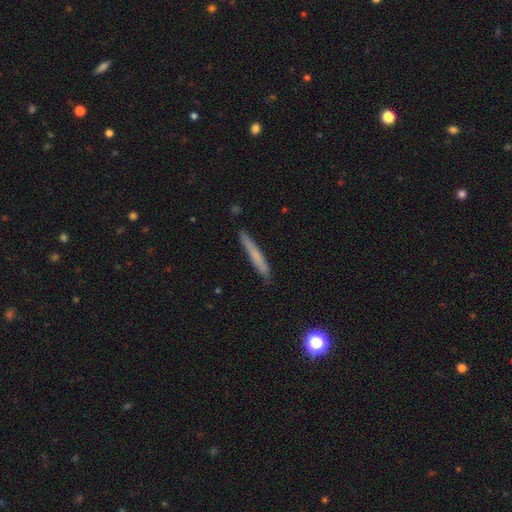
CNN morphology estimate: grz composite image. It shows a smooth galaxy with no disk features (64%) that is cigar-shaped (96%). Merging: none (88%).